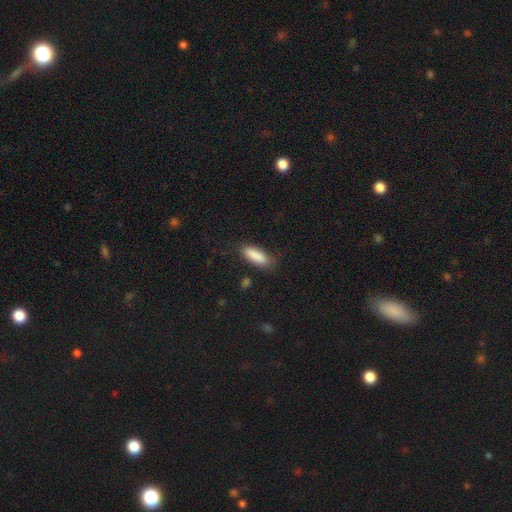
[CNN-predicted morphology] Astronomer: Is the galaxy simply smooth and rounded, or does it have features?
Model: smooth — 88%.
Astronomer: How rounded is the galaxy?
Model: in between — 59% (runner-up: cigar-shaped, 39%).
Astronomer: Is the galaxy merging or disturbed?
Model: none — 83%.